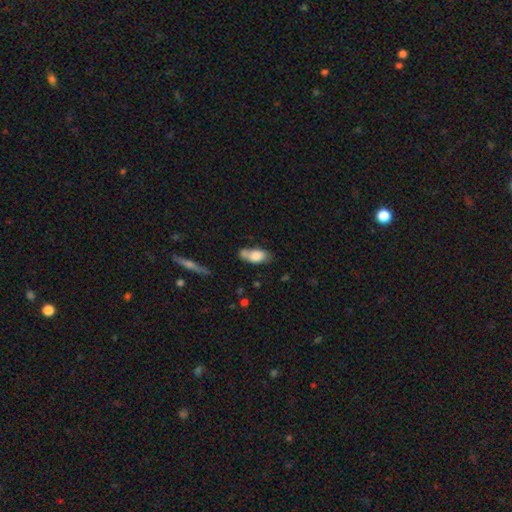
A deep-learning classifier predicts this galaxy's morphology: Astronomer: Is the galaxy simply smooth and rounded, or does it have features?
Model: smooth — 77%.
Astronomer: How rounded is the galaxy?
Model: in between — 87%.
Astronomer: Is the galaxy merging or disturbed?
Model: none — 42% (runner-up: minor disturbance, 24%).